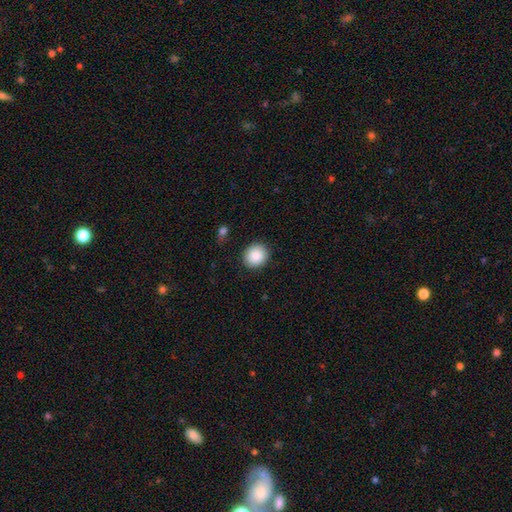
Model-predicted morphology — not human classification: Smooth or featured: smooth — 89% (star or artifact — 7%)
How rounded: round — 81% (in between — 18%)
Merging: none — 88% (minor disturbance — 8%)